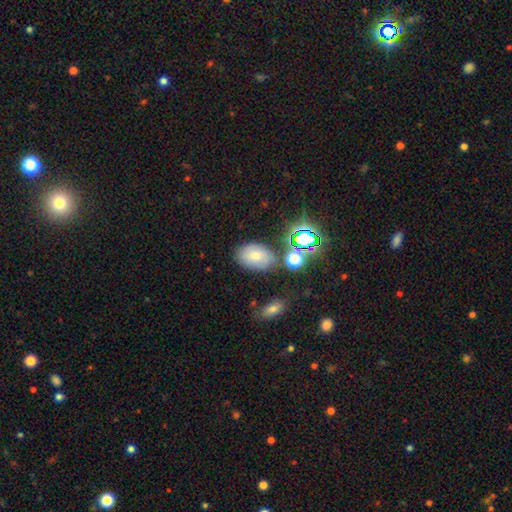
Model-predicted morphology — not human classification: Smooth or featured: smooth — 64% (featured or disk — 19%)
How rounded: in between — 86% (round — 13%)
Merging: none — 71% (minor disturbance — 17%)